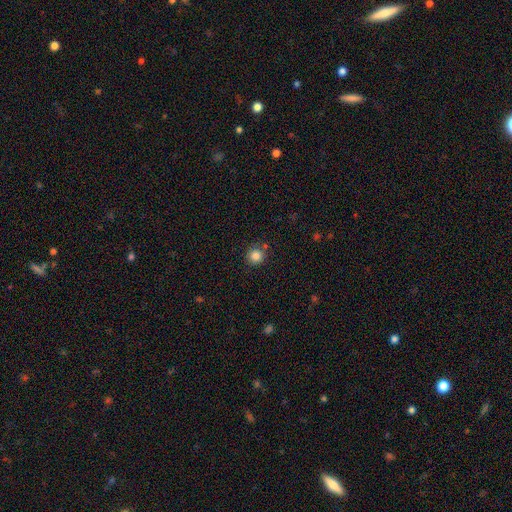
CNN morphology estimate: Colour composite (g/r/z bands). It shows a smooth galaxy with no disk features (84%) that is round (93%). Merging: none (81%).